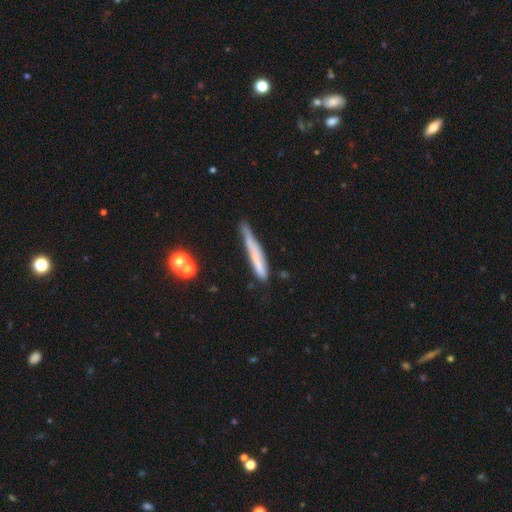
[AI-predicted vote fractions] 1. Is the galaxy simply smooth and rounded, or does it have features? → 58% smooth, 32% featured or disk, 9% star or artifact.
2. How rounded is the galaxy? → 95% cigar-shaped, 4% in between, 2% round.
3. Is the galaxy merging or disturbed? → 59% none, 29% minor disturbance, 8% major disturbance, 4% merger.